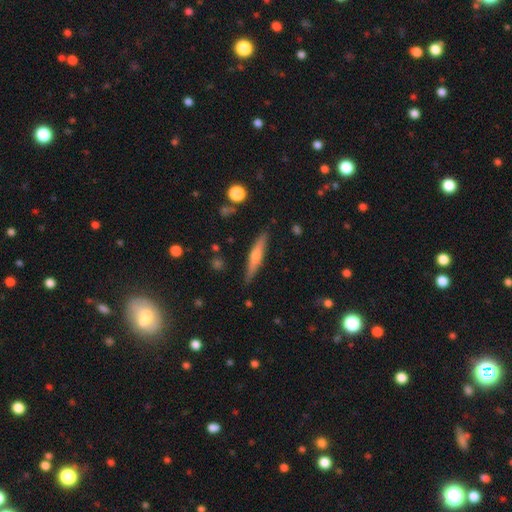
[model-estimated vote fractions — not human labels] A featured or disk galaxy (54%) viewed edge-on (96%) with a rounded central bulge (79%).

Vote fractions:
- Smooth or featured? featured or disk: 54% / smooth: 39% / star or artifact: 7%
- Edge-on disk? yes: 96% / no: 4%
- Edge-on bulge? rounded: 79% / none: 14% / boxy: 7%
- Merging? none: 87% / minor disturbance: 9% / major disturbance: 2% / merger: 2%